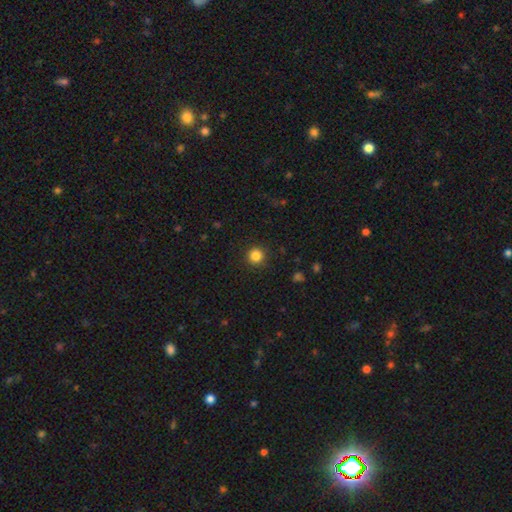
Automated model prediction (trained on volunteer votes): Smooth or featured? smooth (85%)
How rounded? round (95%)
Merging? none (91%)